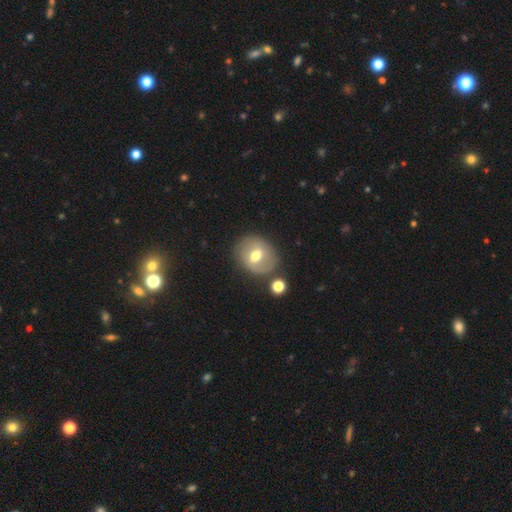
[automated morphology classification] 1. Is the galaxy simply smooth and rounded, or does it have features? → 50% smooth, 42% featured or disk, 8% star or artifact.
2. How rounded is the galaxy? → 60% round, 39% in between, 1% cigar-shaped.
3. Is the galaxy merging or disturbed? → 74% none, 15% minor disturbance, 6% merger, 5% major disturbance.